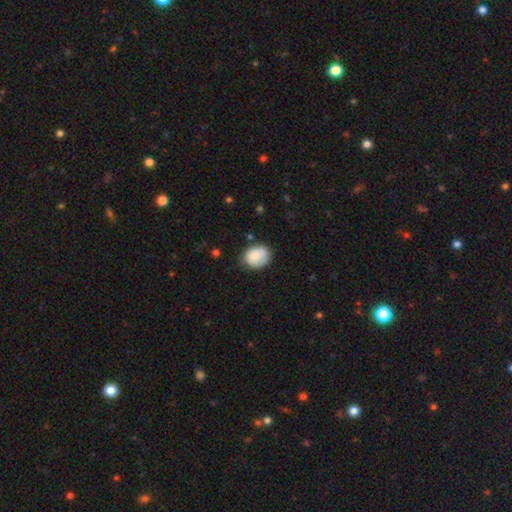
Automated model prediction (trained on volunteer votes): Q: Smooth or featured?
A: smooth (84%); runner-up: featured or disk (9%)
Q: How rounded?
A: round (56%); runner-up: in between (43%)
Q: Merging?
A: none (71%); runner-up: minor disturbance (21%)